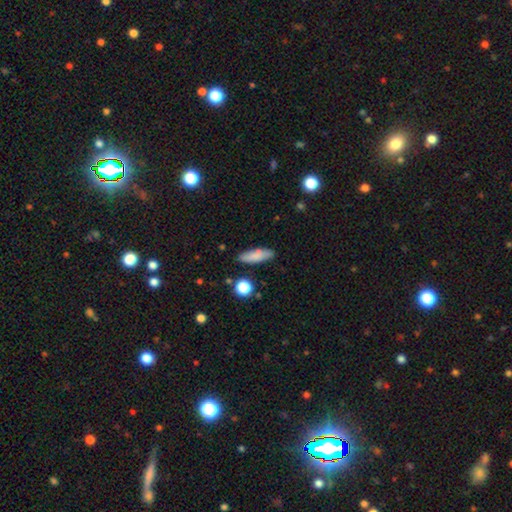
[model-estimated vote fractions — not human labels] The model was most divided on "how rounded": cigar-shaped: 50%, in between: 47%, round: 3%. More confident: smooth or featured — smooth (81%); merging — none (81%).